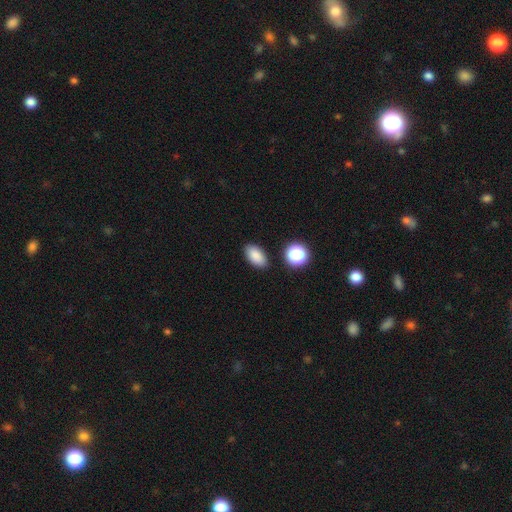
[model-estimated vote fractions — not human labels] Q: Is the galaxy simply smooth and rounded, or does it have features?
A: smooth — 86%.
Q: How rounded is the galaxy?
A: in between — 92%.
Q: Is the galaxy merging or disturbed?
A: none — 86%.